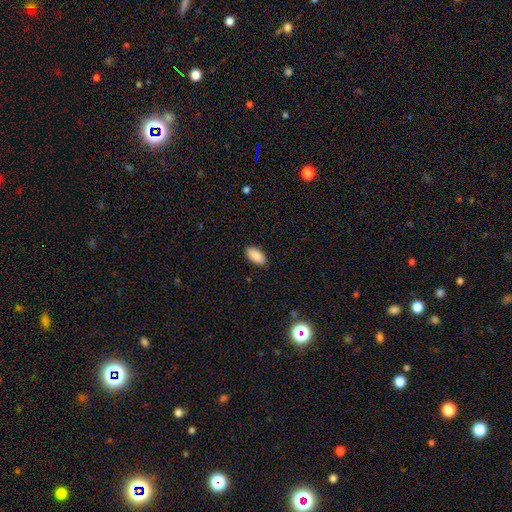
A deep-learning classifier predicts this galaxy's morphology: Smooth or featured? smooth (90%)
How rounded? in between (94%)
Merging? none (89%)